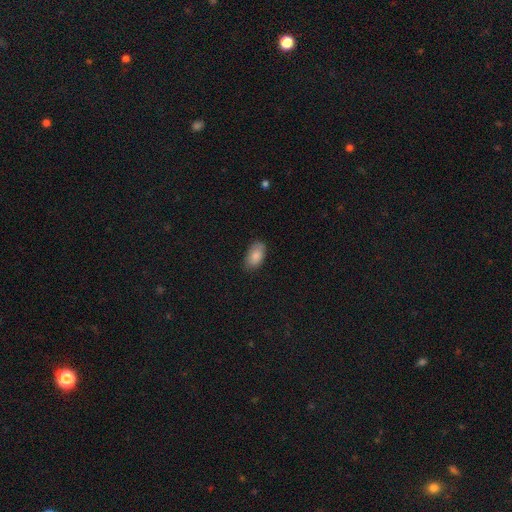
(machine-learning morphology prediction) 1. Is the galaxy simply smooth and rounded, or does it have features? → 85% smooth, 8% featured or disk, 7% star or artifact.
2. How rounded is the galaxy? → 94% in between, 4% round, 2% cigar-shaped.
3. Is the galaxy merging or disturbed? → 81% none, 15% minor disturbance, 3% major disturbance, 1% merger.